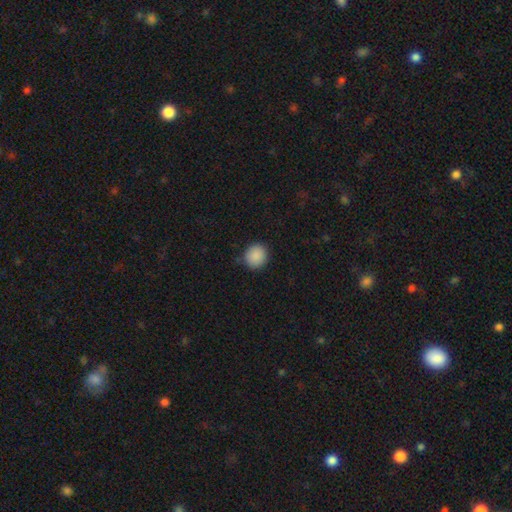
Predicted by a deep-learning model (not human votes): Smooth or featured? smooth (89%)
How rounded? round (86%)
Merging? none (86%)